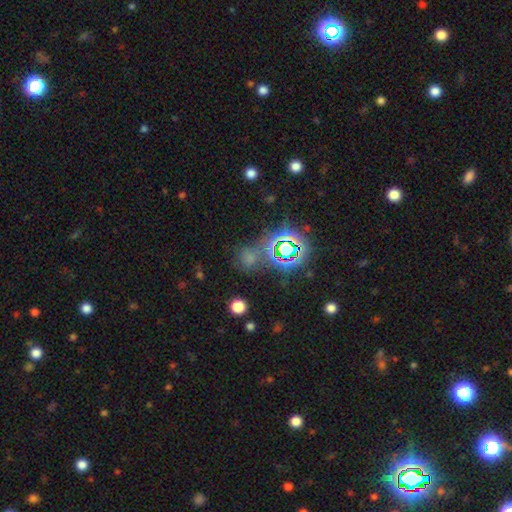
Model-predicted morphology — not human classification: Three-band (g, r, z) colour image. It shows a star or artifact, not a galaxy (66%).